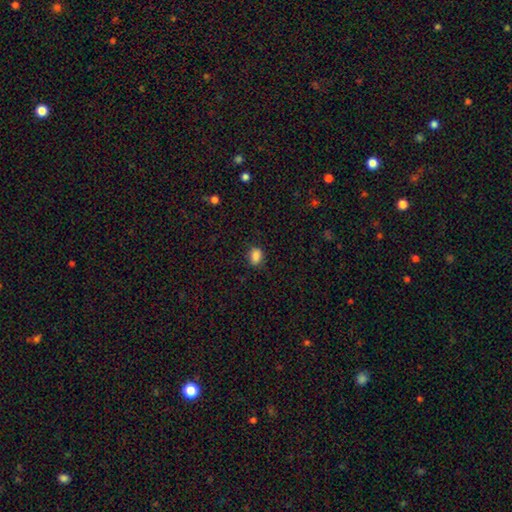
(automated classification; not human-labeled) A smooth galaxy with no disk features (86%) that is in between round and cigar-shaped (68%). Merging: none (83%).